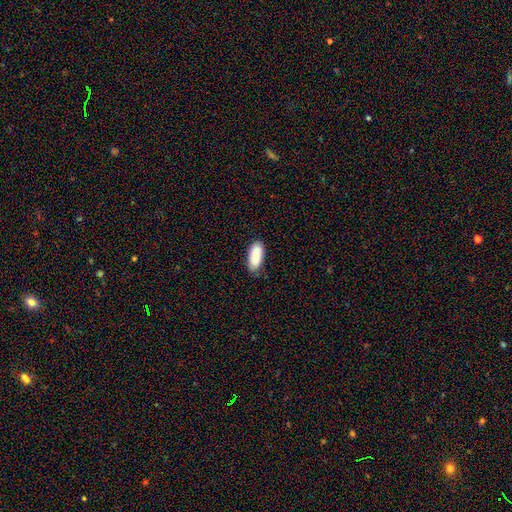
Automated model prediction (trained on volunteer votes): A smooth galaxy with no disk features (84%) that is in between round and cigar-shaped (89%). Merging: none (77%).